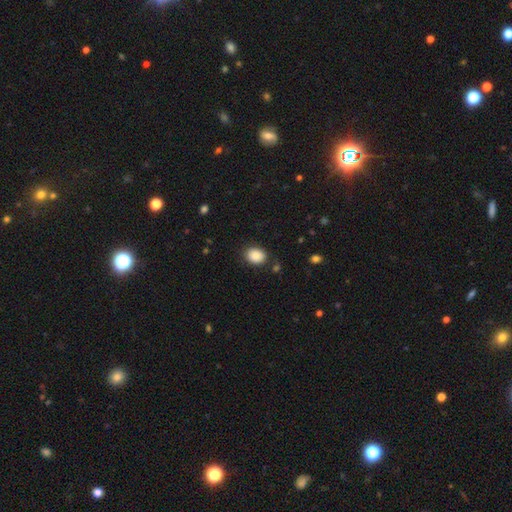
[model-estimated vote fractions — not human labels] smooth 87%, star or artifact 8%, featured or disk 5%. Down the decision tree: how rounded — in between (59%); merging — none (85%).